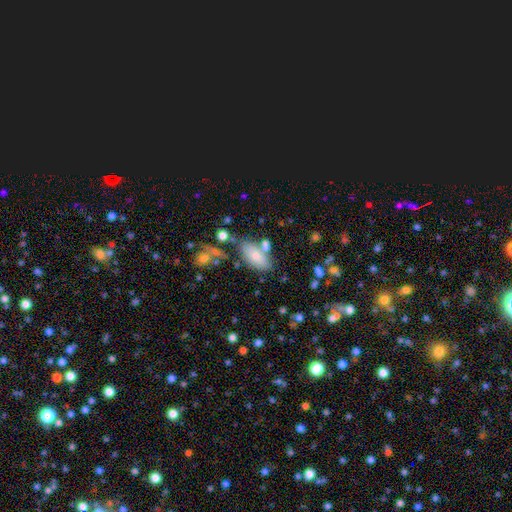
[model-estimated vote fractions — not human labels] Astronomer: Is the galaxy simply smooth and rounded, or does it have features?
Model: smooth — 77%.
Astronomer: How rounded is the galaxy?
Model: in between — 89%.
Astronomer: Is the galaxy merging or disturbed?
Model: none — 63%.